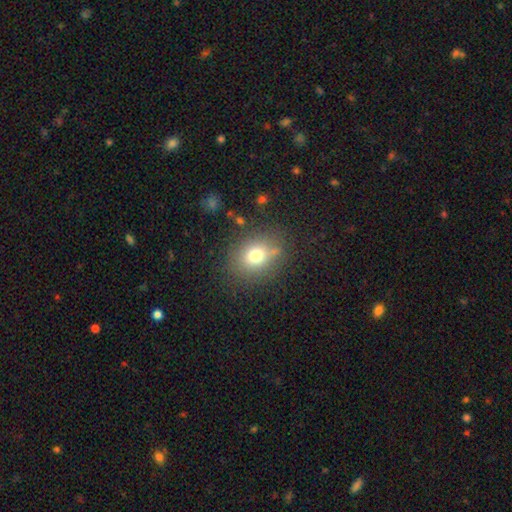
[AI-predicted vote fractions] Overall: smooth (71%). How rounded: round (61%; in between 37%). Merging: none (77%).